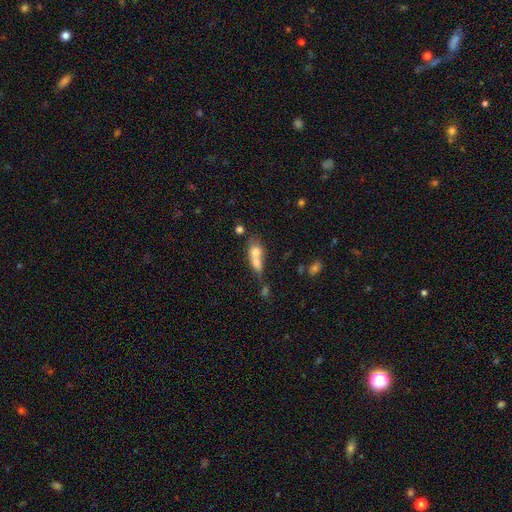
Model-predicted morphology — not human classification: Smooth or featured?
  - smooth: 68% *
  - featured or disk: 22%
  - star or artifact: 10%
How rounded?
  - in between: 56% *
  - round: 33%
  - cigar-shaped: 11%
Merging?
  - merger: 67% *
  - none: 19%
  - minor disturbance: 8%
  - major disturbance: 6%